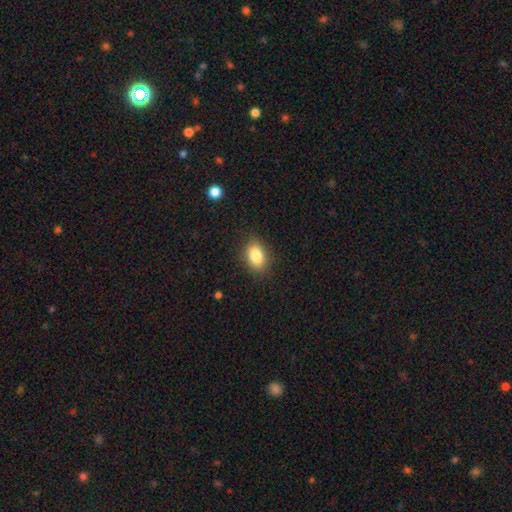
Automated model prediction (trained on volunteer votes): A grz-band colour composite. It shows a smooth galaxy with no disk features (84%) that is in between round and cigar-shaped (83%). Merging: none (86%).